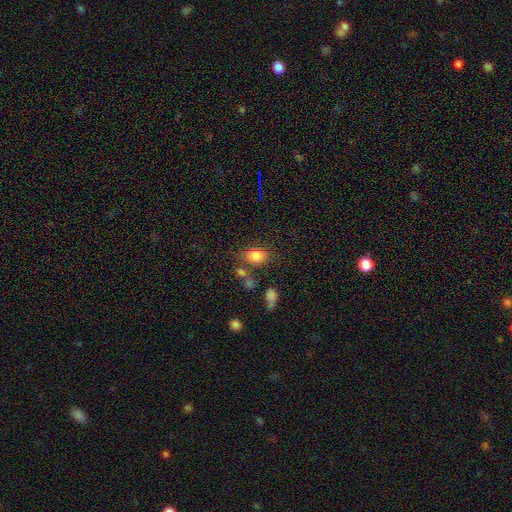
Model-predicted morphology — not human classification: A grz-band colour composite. It shows a smooth galaxy with no disk features (79%) that is in between round and cigar-shaped (73%). Merging: none (67%).